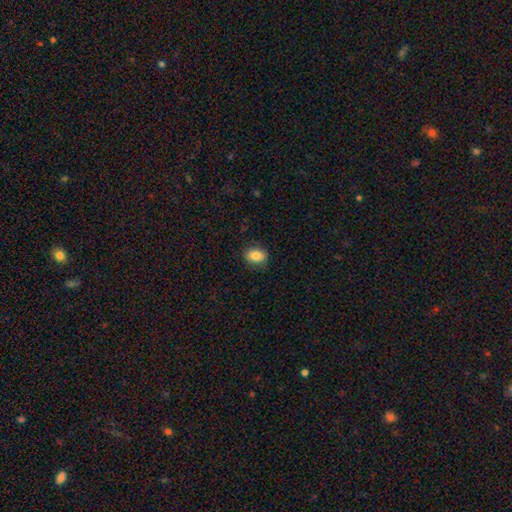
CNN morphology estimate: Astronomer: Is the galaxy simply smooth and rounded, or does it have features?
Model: smooth — 83%.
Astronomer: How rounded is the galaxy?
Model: in between — 74%.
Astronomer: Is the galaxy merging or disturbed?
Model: none — 85%.